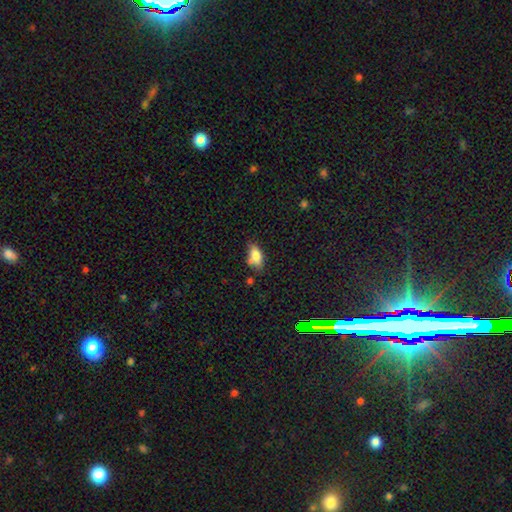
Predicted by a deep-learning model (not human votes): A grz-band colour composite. It shows a smooth galaxy with no disk features (77%) that is in between round and cigar-shaped (85%). Merging: none (63%).